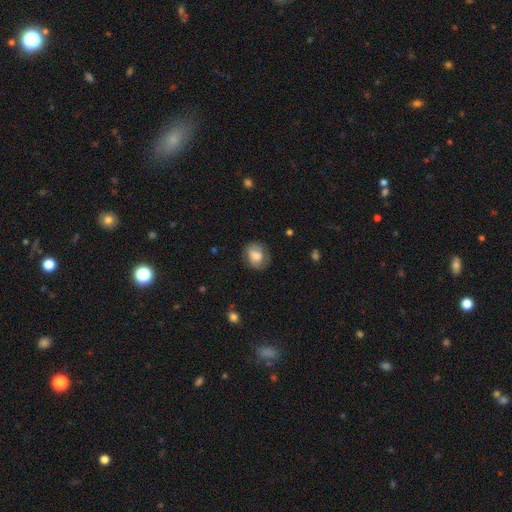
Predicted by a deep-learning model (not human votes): smooth_or_featured: smooth (p=0.72) [alt: featured or disk p=0.21]
how_rounded: round (p=0.54) [alt: in between p=0.44]
merging: none (p=0.72) [alt: minor disturbance p=0.20]